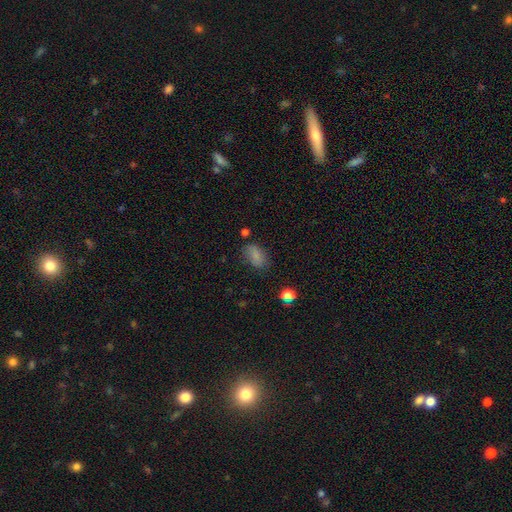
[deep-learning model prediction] This appears to be a smooth galaxy with no disk features (80%) that is in between round and cigar-shaped (88%). Merging: none (69%).